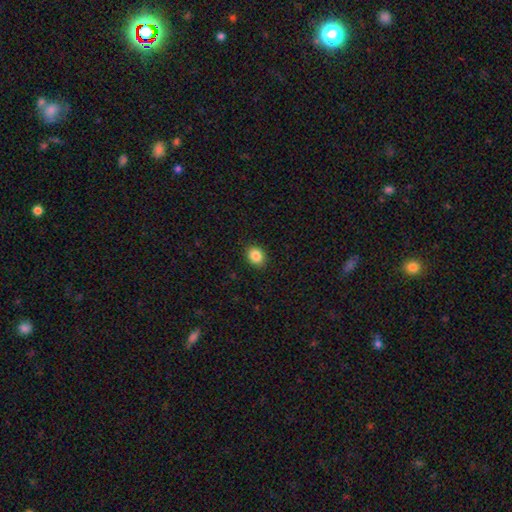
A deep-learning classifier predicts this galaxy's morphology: This is clearly a smooth galaxy (87%). How rounded: possibly round (50%). Merging: clearly none (90%).